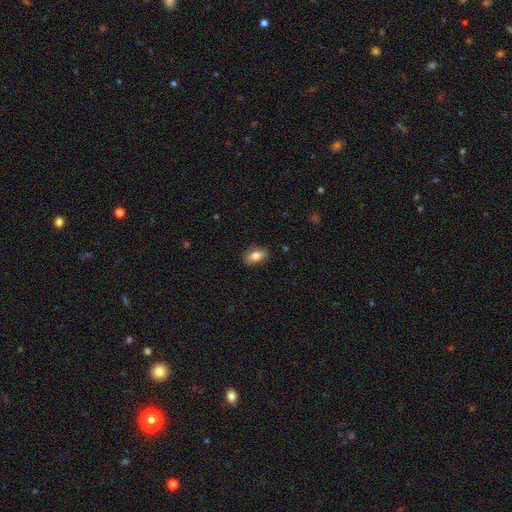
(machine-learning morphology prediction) Q: Smooth or featured?
A: smooth (79%); runner-up: featured or disk (13%)
Q: How rounded?
A: in between (87%); runner-up: round (9%)
Q: Merging?
A: none (82%); runner-up: minor disturbance (14%)